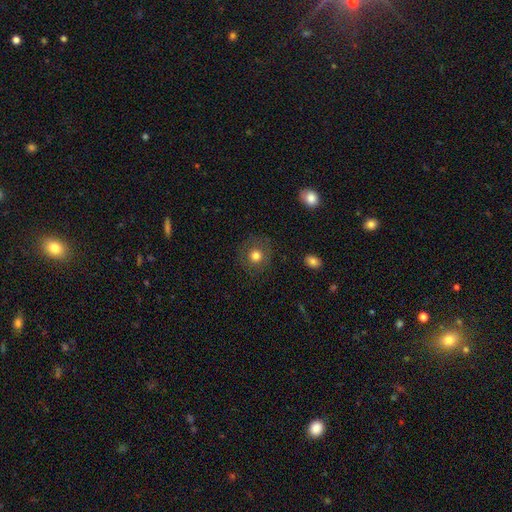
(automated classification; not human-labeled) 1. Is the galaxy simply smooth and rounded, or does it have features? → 73% smooth, 16% featured or disk, 11% star or artifact.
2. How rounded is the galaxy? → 91% round, 8% in between, 1% cigar-shaped.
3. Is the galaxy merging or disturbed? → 85% none, 9% minor disturbance, 5% major disturbance, 1% merger.